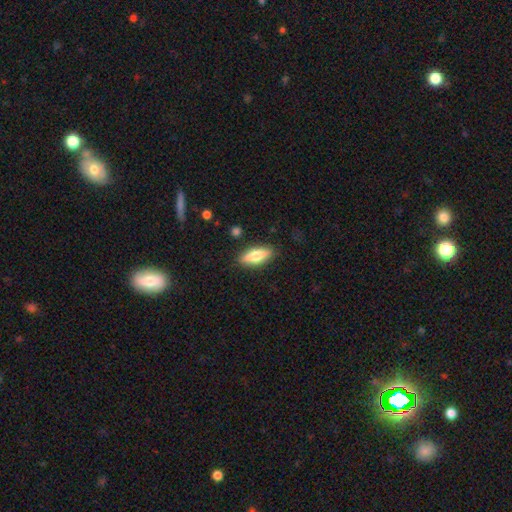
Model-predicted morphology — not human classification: smooth-or-featured: smooth: 63% | featured or disk: 30% | star or artifact: 6%
  how-rounded: in between: 63% | cigar-shaped: 34% | round: 3%
  merging: none: 86% | minor disturbance: 10% | major disturbance: 2% | merger: 2%